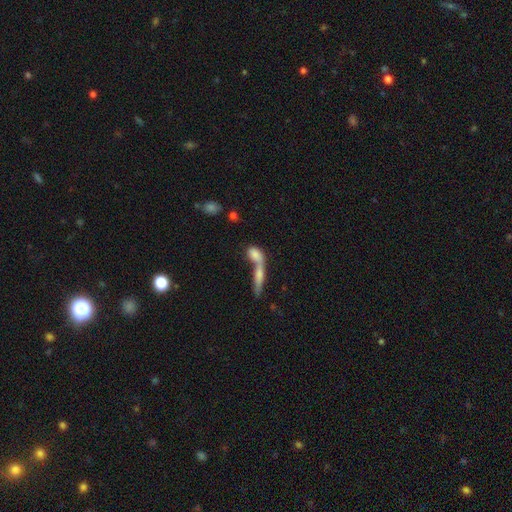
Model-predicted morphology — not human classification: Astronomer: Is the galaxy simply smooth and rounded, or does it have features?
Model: smooth — 70%.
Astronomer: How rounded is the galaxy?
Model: in between — 56%.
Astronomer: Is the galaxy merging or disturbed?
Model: merger — 66%.